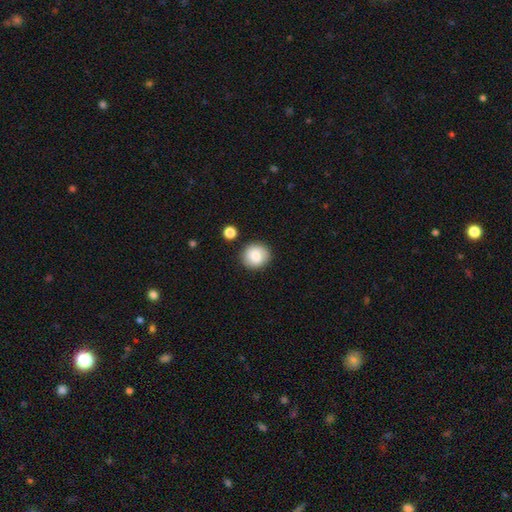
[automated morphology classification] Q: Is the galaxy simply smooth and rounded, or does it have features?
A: smooth — 74%.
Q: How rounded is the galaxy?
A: round — 89%.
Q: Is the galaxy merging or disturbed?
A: none — 82%.